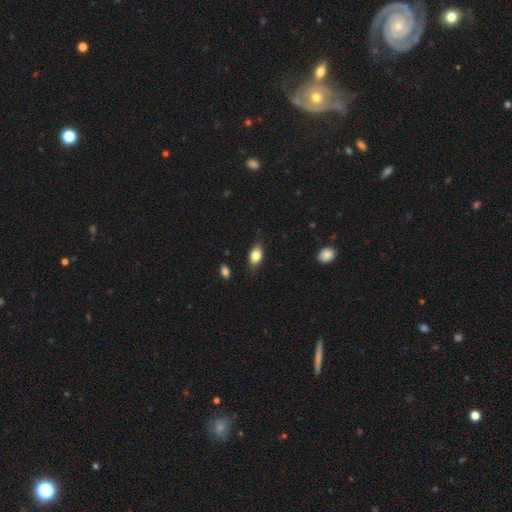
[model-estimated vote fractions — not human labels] A smooth galaxy with no disk features (78%) that is in between round and cigar-shaped (87%).

Vote fractions:
- Smooth or featured? smooth: 78% / featured or disk: 15% / star or artifact: 7%
- How rounded? in between: 87% / round: 8% / cigar-shaped: 6%
- Merging? none: 79% / minor disturbance: 16% / major disturbance: 3% / merger: 1%